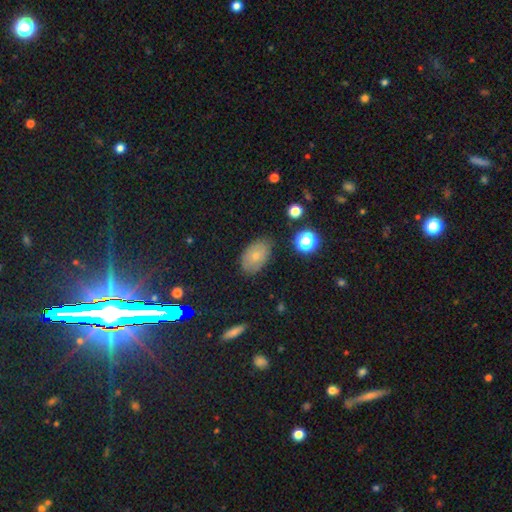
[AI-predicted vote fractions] The model was most divided on "smooth or featured": smooth: 67%, featured or disk: 21%, star or artifact: 12%. More confident: how rounded — in between (87%); merging — none (77%).